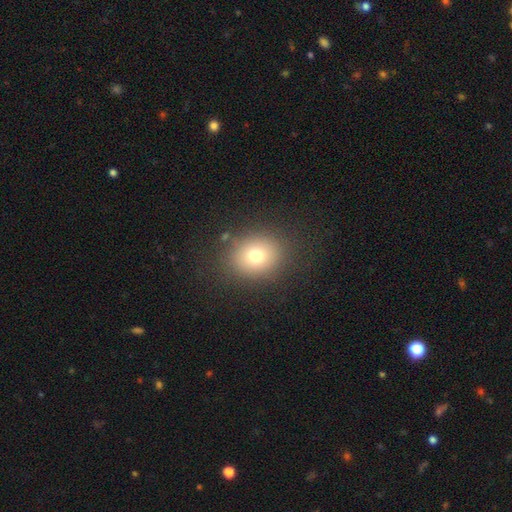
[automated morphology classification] Smooth or featured: smooth — 73% (star or artifact — 15%)
How rounded: round — 64% (in between — 36%)
Merging: none — 85% (minor disturbance — 9%)